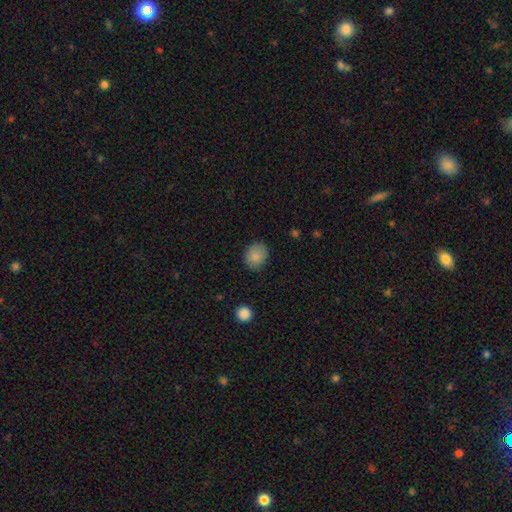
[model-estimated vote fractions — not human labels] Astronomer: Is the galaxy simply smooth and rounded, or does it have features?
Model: smooth — 86%.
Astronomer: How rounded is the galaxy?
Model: round — 64%.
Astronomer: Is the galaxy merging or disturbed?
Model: none — 82%.